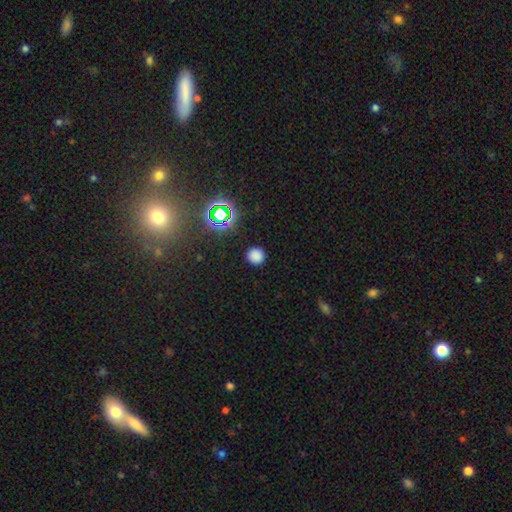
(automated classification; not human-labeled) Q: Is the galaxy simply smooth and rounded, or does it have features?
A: smooth — 78%.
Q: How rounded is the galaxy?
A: round — 93%.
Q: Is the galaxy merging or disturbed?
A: none — 90%.